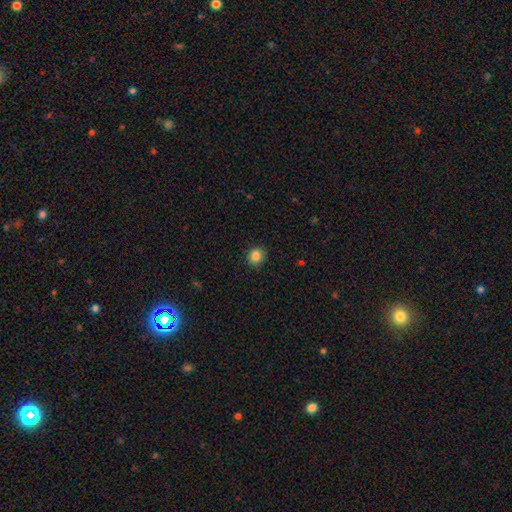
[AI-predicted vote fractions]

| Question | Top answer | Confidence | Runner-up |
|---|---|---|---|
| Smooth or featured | smooth | 86% | star or artifact (10%) |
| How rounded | round | 82% | in between (17%) |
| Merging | none | 89% | minor disturbance (8%) |